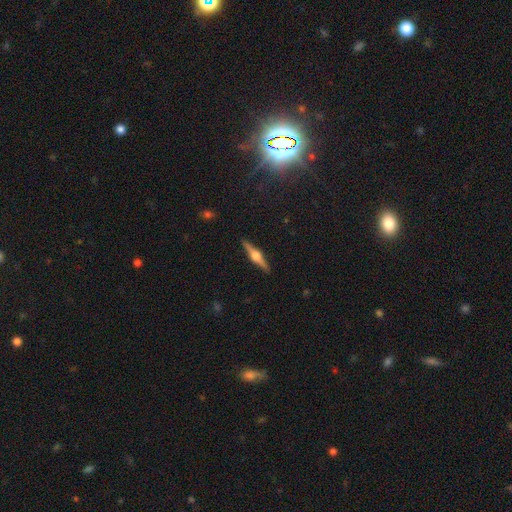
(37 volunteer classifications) Smooth or featured? featured or disk (95%)
Edge-on disk? yes (100%)
Edge-on bulge? rounded (100%)
Merging? none (92%)